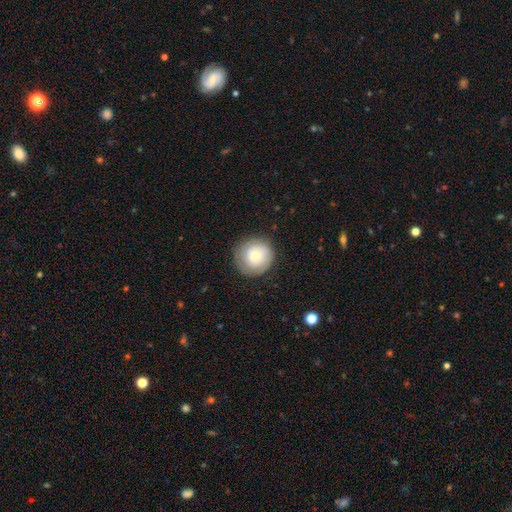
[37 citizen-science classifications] This appears to be a smooth galaxy with no disk features (54%) that is round (80%). Merging: none (79%).